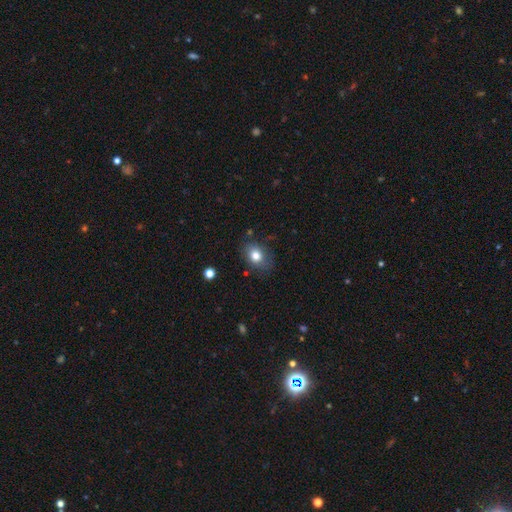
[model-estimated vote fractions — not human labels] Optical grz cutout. It shows a smooth galaxy with no disk features (79%) that is in between round and cigar-shaped (63%). Merging: none (76%).